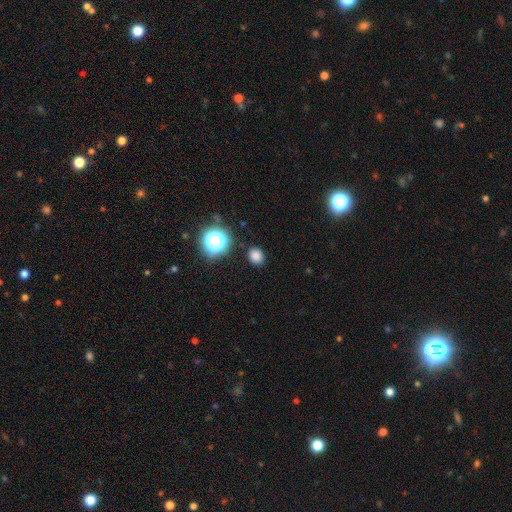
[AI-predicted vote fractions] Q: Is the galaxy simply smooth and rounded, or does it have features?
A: smooth — 79%.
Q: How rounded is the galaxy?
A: round — 69%.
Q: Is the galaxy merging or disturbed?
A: none — 88%.